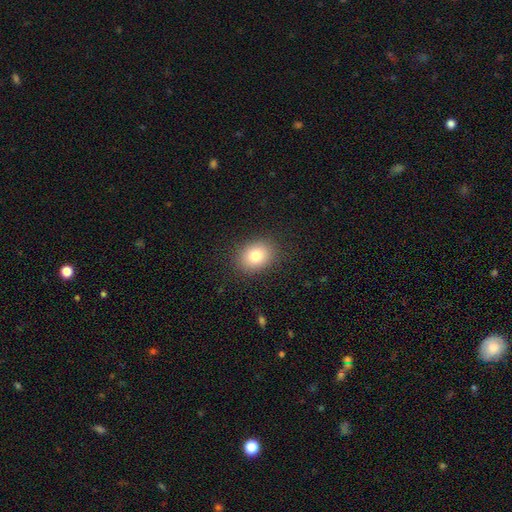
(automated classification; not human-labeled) smooth-or-featured: smooth: 80% | star or artifact: 10% | featured or disk: 9%
  how-rounded: in between: 52% | round: 47% | cigar-shaped: 1%
  merging: none: 87% | minor disturbance: 9% | major disturbance: 3% | merger: 1%